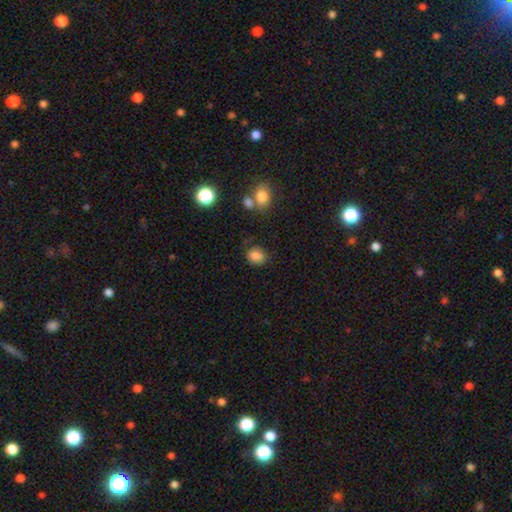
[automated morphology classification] Overall: smooth (83%). How rounded: round (50%; in between 49%). Merging: none (69%).